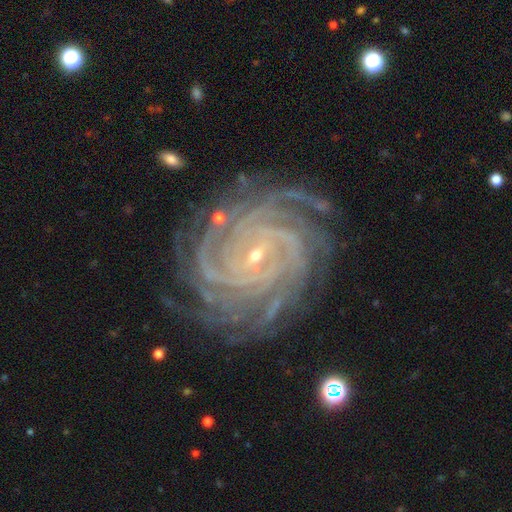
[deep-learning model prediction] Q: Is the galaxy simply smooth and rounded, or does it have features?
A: featured or disk — 94%.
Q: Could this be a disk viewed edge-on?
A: no — 98%.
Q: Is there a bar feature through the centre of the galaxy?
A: no — 45%.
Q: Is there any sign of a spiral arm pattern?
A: yes — 99%.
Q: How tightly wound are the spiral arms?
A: tight — 86%.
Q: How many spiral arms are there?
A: more than 4 — 36%.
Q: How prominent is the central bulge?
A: small — 86%.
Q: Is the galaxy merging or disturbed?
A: none — 83%.